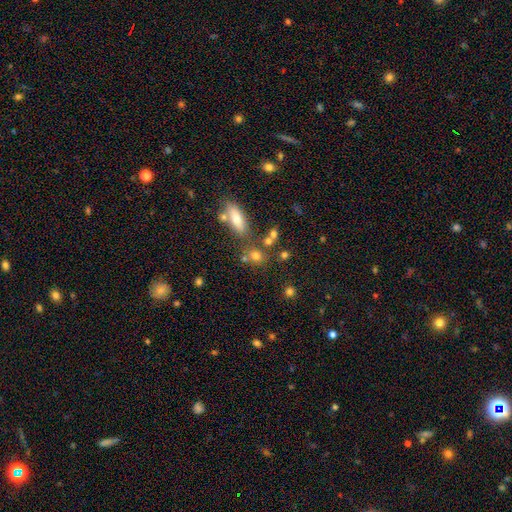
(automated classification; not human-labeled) This is likely a smooth galaxy (71%). How rounded: likely round (62%). Merging: likely none (61%).